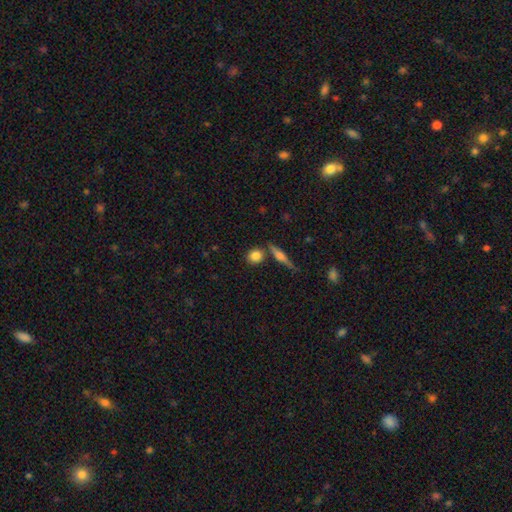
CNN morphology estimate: smooth-or-featured: smooth: 80% | featured or disk: 11% | star or artifact: 8%
  how-rounded: round: 77% | in between: 18% | cigar-shaped: 4%
  merging: none: 74% | merger: 13% | minor disturbance: 10% | major disturbance: 3%